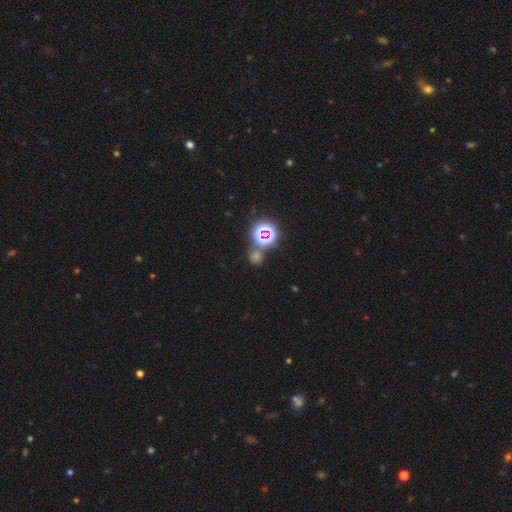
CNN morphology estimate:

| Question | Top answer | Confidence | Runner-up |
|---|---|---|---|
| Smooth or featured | star or artifact | 58% | smooth (35%) |